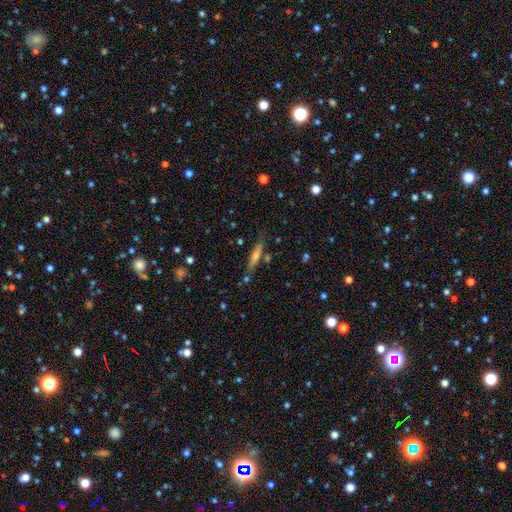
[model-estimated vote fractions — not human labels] Smooth or featured? featured or disk (47%)
Merging? none (78%)